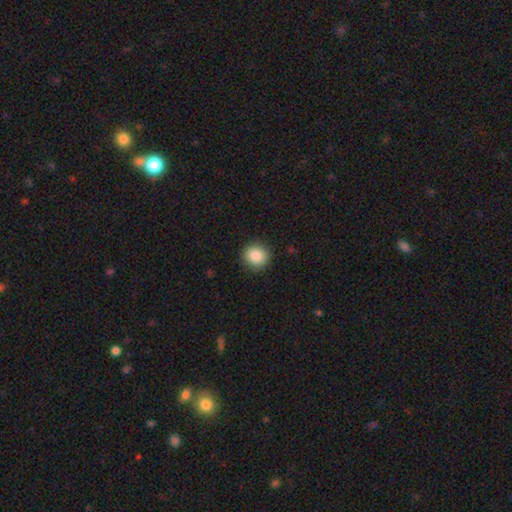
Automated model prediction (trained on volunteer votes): The model was most divided on "smooth or featured": smooth: 86%, star or artifact: 9%, featured or disk: 5%. More confident: how rounded — round (91%); merging — none (89%).